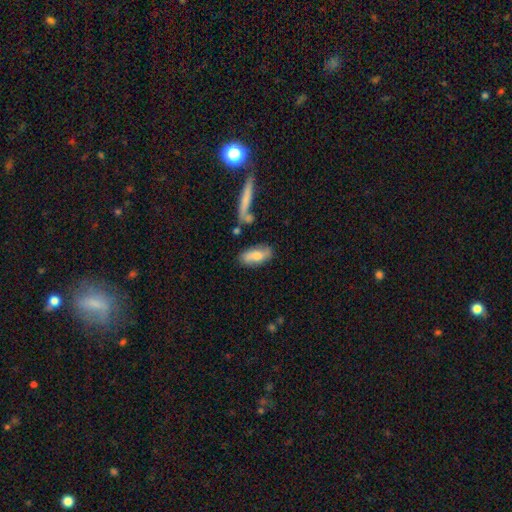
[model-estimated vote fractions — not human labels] This appears to be a smooth galaxy with no disk features (67%) that is in between round and cigar-shaped (79%). Merging: none (67%).